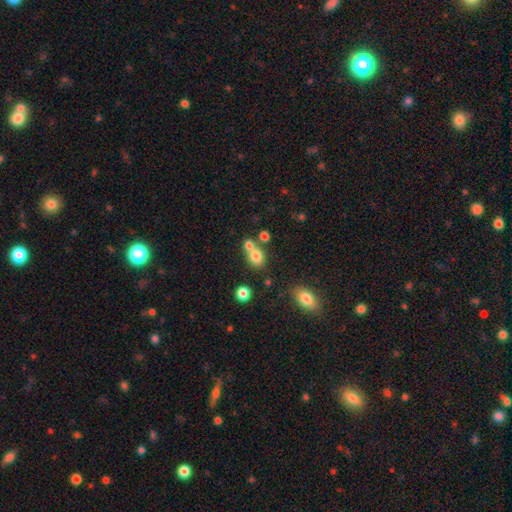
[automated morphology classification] Smooth or featured?
  - smooth: 77% *
  - star or artifact: 13%
  - featured or disk: 10%
How rounded?
  - round: 65% *
  - in between: 34%
  - cigar-shaped: 1%
Merging?
  - none: 46% *
  - merger: 42%
  - minor disturbance: 8%
  - major disturbance: 4%